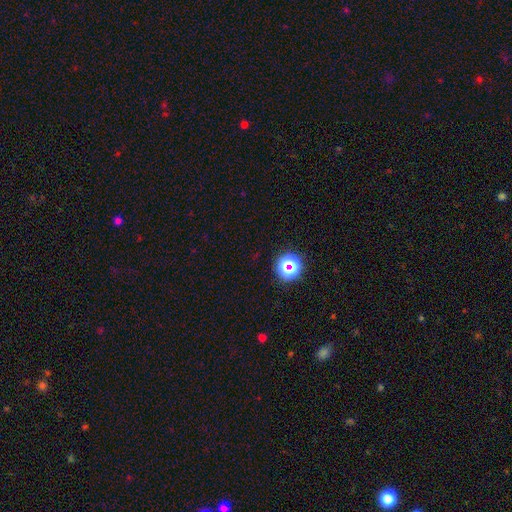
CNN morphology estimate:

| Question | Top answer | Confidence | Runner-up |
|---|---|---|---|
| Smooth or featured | star or artifact | 61% | smooth (30%) |